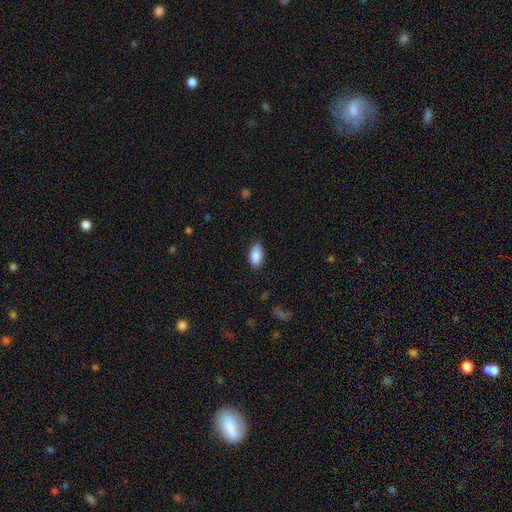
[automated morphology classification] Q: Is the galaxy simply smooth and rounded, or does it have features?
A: smooth — 88%.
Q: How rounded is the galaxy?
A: in between — 93%.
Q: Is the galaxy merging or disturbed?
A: none — 83%.